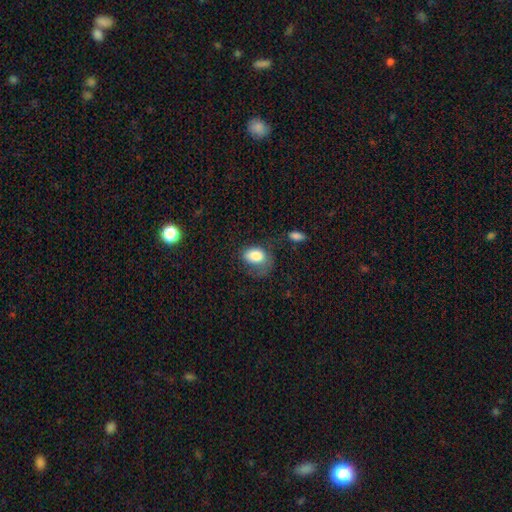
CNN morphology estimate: This appears to be a smooth galaxy with no disk features (79%) that is in between round and cigar-shaped (80%). Merging: major disturbance (35%, tied with none).